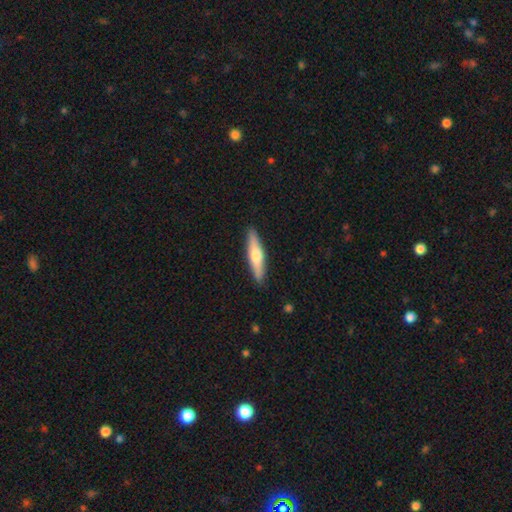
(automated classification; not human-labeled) smooth-or-featured: smooth: 51% | featured or disk: 44% | star or artifact: 5%
  how-rounded: cigar-shaped: 80% | in between: 18% | round: 2%
  merging: none: 90% | minor disturbance: 7% | major disturbance: 1% | merger: 1%